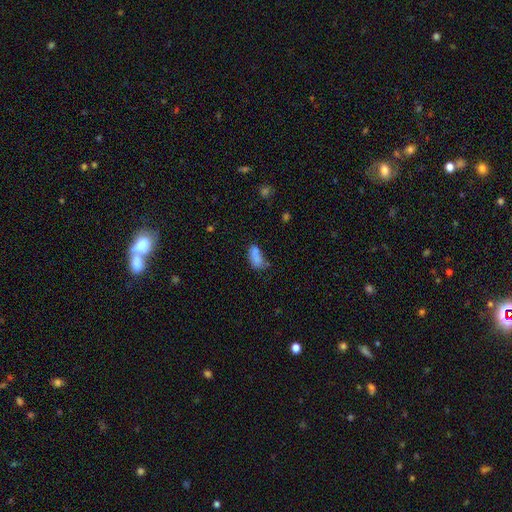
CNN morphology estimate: smooth-or-featured: smooth: 79% | star or artifact: 11% | featured or disk: 10%
  how-rounded: in between: 87% | cigar-shaped: 8% | round: 5%
  merging: none: 42% | minor disturbance: 25% | merger: 21% | major disturbance: 12%